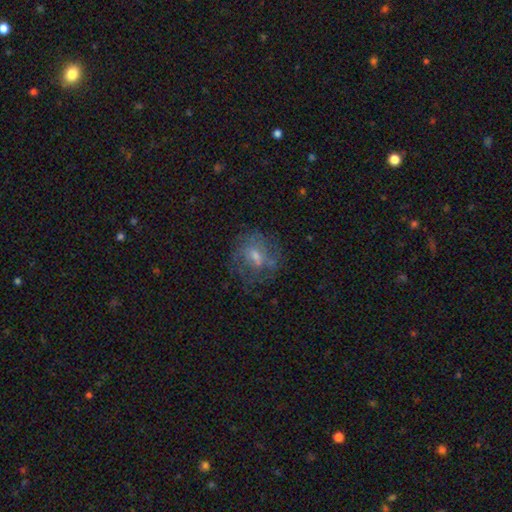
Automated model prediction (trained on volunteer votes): A featured or disk galaxy (51%). Merging: none (61%).